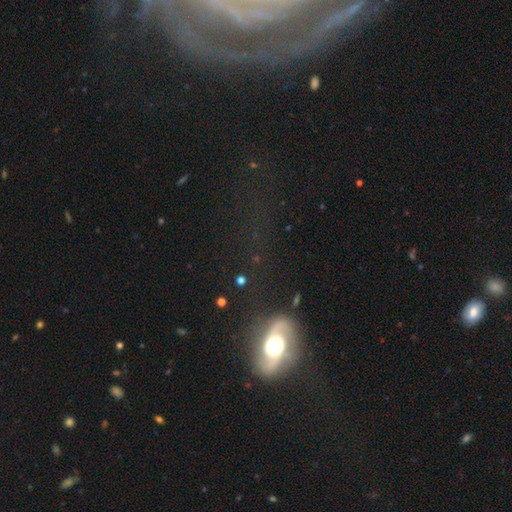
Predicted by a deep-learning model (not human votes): featured or disk 62%, smooth 24%, star or artifact 14%. Down the decision tree: edge-on disk — no (81%); bar — no (46%); spiral arms — yes (57%); bulge size — moderate (46%); merging — none (56%).